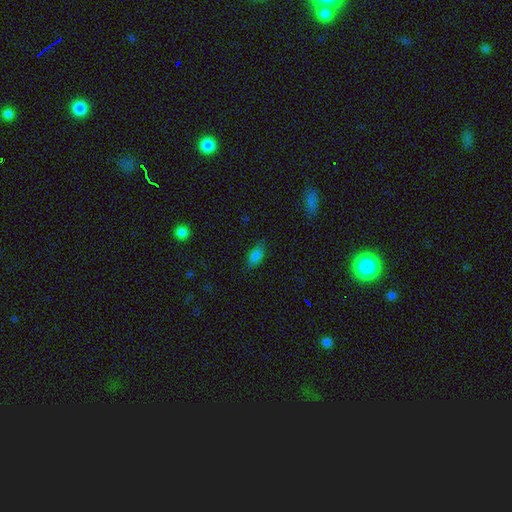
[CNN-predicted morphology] The model was most divided on "merging": none: 79%, minor disturbance: 16%, major disturbance: 3%, merger: 1%. More confident: how rounded — in between (89%); smooth or featured — smooth (81%).